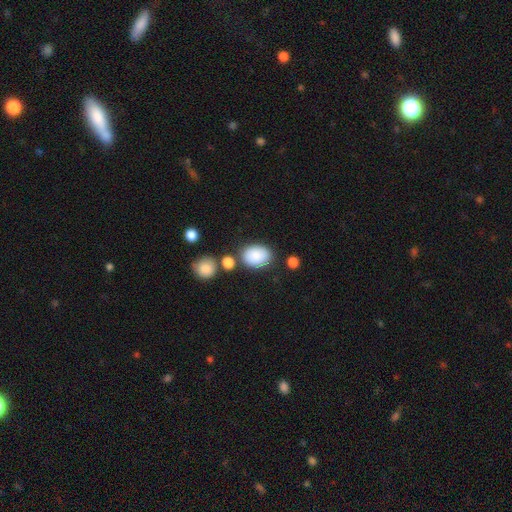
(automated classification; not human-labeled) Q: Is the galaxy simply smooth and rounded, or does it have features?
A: smooth — 86%.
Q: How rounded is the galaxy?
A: in between — 70%.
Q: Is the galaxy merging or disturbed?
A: none — 73%.